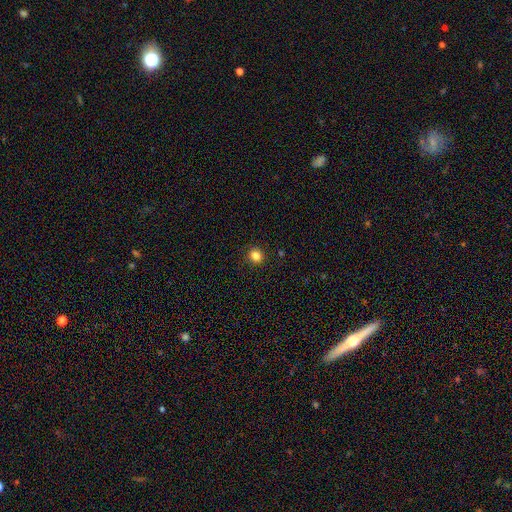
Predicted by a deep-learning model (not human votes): Smooth or featured: smooth — 84% (star or artifact — 12%)
How rounded: round — 85% (in between — 14%)
Merging: none — 90% (minor disturbance — 7%)